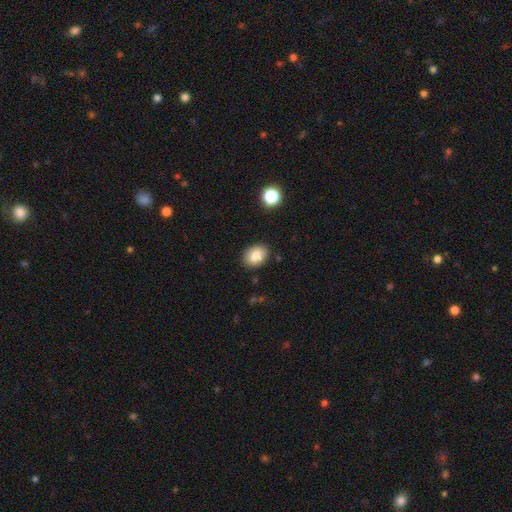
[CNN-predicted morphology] A smooth galaxy with no disk features (84%) that is in between round and cigar-shaped (73%).

Vote fractions:
- Smooth or featured? smooth: 84% / star or artifact: 9% / featured or disk: 7%
- How rounded? in between: 73% / round: 26% / cigar-shaped: 1%
- Merging? none: 86% / minor disturbance: 10% / major disturbance: 2% / merger: 2%